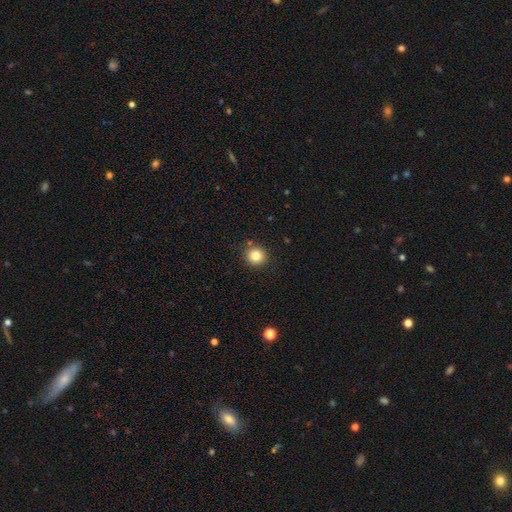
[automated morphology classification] type=smooth (83%); roundness=round (92%); merging=none (88%).